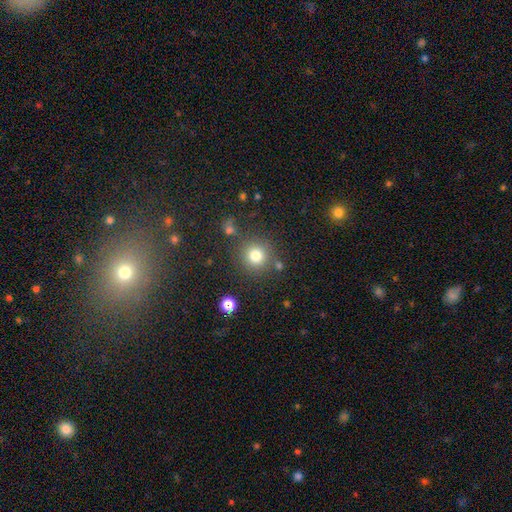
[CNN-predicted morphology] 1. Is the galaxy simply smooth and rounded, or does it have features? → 78% smooth, 15% star or artifact, 8% featured or disk.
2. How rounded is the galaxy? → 94% round, 5% in between, 1% cigar-shaped.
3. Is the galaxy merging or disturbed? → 81% none, 9% minor disturbance, 6% merger, 4% major disturbance.